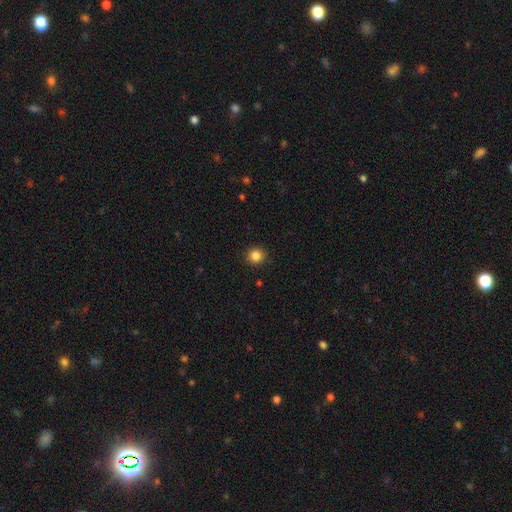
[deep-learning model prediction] Overall: smooth (85%). How rounded: round (92%). Merging: none (92%).